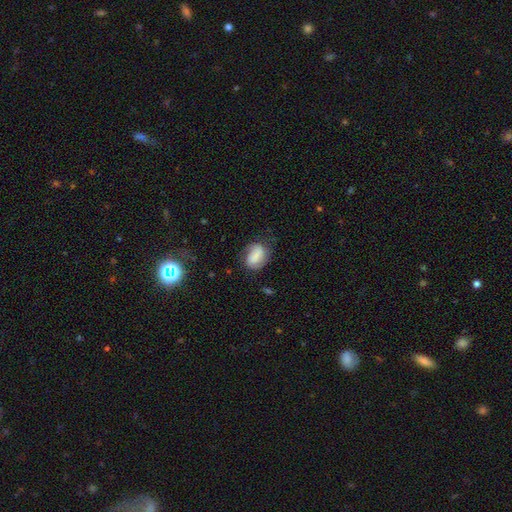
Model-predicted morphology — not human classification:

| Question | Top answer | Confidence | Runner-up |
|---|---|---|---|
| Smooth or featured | smooth | 68% | featured or disk (23%) |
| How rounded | in between | 77% | round (21%) |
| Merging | none | 58% | minor disturbance (27%) |